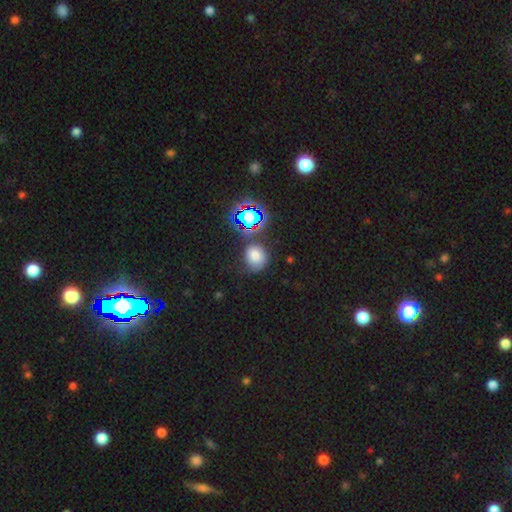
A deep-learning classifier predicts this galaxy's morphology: Smooth or featured: smooth — 66% (star or artifact — 23%)
How rounded: round — 74% (in between — 25%)
Merging: none — 66% (minor disturbance — 20%)